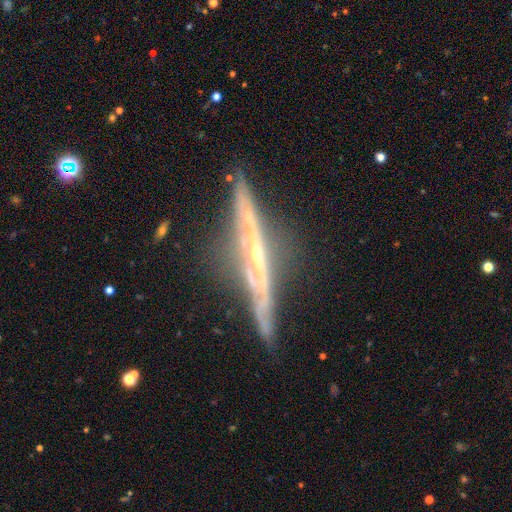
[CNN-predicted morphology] Smooth or featured?
  - featured or disk: 85% *
  - smooth: 8%
  - star or artifact: 7%
Edge-on disk?
  - yes: 95% *
  - no: 5%
Edge-on bulge?
  - rounded: 52% *
  - none: 37%
  - boxy: 11%
Merging?
  - none: 74% *
  - minor disturbance: 18%
  - major disturbance: 6%
  - merger: 3%